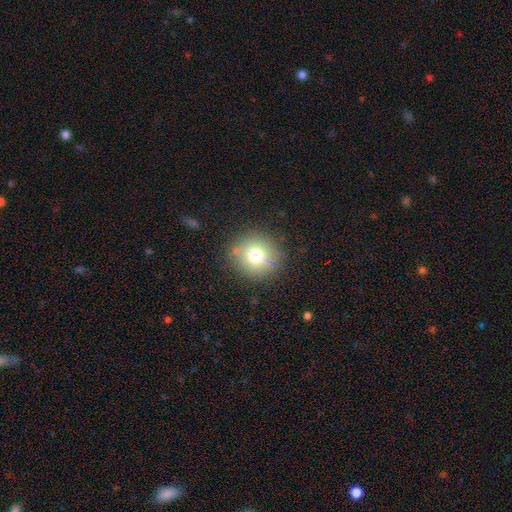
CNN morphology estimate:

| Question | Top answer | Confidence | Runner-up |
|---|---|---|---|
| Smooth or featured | smooth | 74% | star or artifact (13%) |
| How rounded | round | 90% | in between (8%) |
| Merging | none | 83% | minor disturbance (11%) |